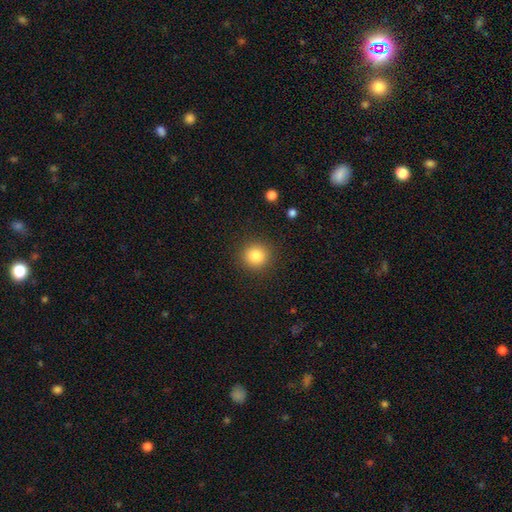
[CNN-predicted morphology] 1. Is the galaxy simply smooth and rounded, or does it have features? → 84% smooth, 10% star or artifact, 6% featured or disk.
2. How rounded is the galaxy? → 92% round, 7% in between, 1% cigar-shaped.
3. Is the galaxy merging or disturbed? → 90% none, 7% minor disturbance, 3% major disturbance, 1% merger.